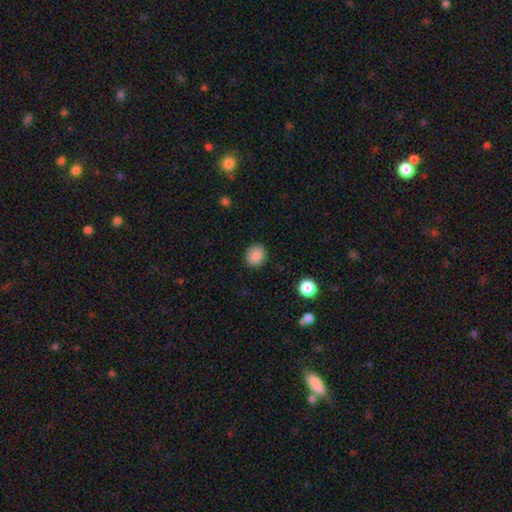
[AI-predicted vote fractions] smooth 87%, star or artifact 9%, featured or disk 4%. Down the decision tree: how rounded — round (73%); merging — none (89%).